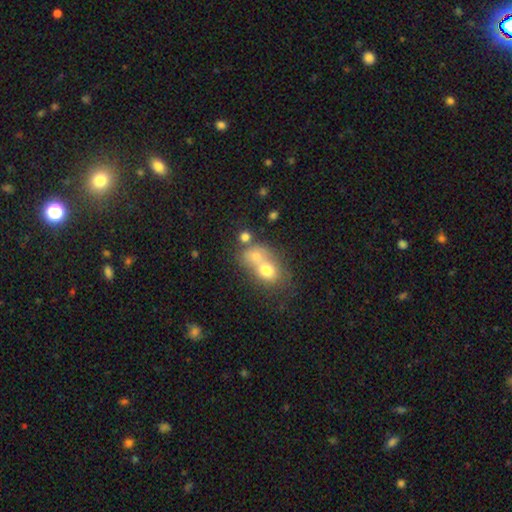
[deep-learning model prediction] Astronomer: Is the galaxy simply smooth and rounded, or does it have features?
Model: smooth — 69%.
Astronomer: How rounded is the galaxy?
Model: round — 52% (runner-up: in between, 47%).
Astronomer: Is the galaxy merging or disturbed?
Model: merger — 64%.